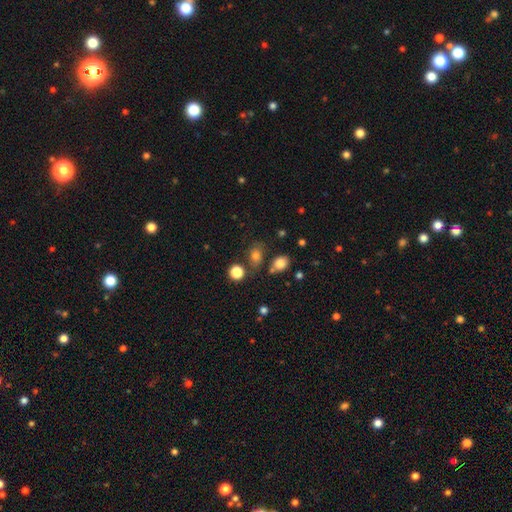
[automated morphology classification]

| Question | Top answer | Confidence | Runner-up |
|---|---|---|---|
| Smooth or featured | smooth | 77% | star or artifact (14%) |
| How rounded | in between | 65% | round (33%) |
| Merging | none | 68% | minor disturbance (16%) |